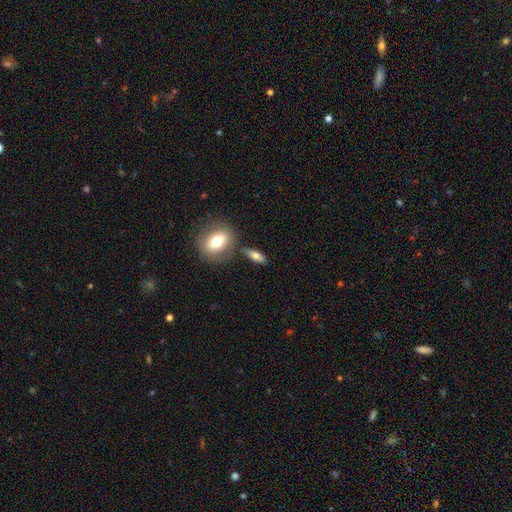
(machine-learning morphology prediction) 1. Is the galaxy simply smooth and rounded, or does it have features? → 64% smooth, 28% featured or disk, 8% star or artifact.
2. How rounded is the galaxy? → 56% in between, 35% cigar-shaped, 9% round.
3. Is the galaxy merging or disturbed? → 75% none, 11% minor disturbance, 10% merger, 4% major disturbance.